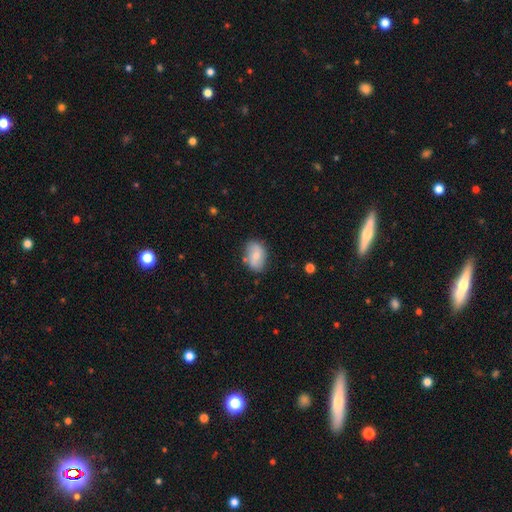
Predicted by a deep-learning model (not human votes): smooth 69%, featured or disk 24%, star or artifact 7%. Down the decision tree: how rounded — in between (85%); merging — none (71%).